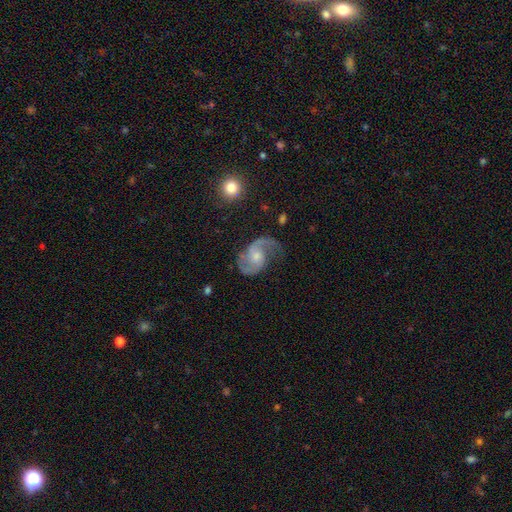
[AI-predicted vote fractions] Smooth or featured?
  - featured or disk: 87% *
  - smooth: 8%
  - star or artifact: 5%
Edge-on disk?
  - no: 98% *
  - yes: 2%
Bar?
  - no: 60% *
  - weak: 34%
  - strong: 6%
Spiral arms?
  - yes: 96% *
  - no: 4%
Spiral winding?
  - medium: 48% *
  - loose: 41%
  - tight: 12%
Spiral arm count?
  - 2: 86% *
  - 1: 7%
  - can't tell: 3%
  - 3: 2%
  - 4: 1%
  - more than 4: 1%
Bulge size?
  - small: 43% *
  - moderate: 42%
  - none: 8%
  - large: 5%
  - dominant: 1%
Merging?
  - none: 59% *
  - minor disturbance: 21%
  - major disturbance: 17%
  - merger: 2%